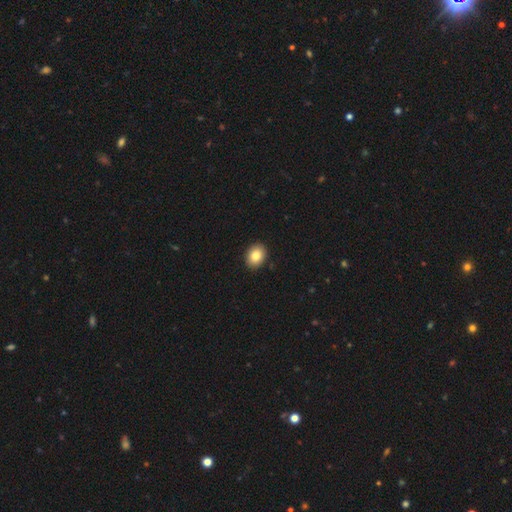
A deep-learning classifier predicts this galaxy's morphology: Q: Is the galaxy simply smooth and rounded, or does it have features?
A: smooth — 84%.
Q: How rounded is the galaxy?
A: in between — 62%.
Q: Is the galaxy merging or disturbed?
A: none — 91%.